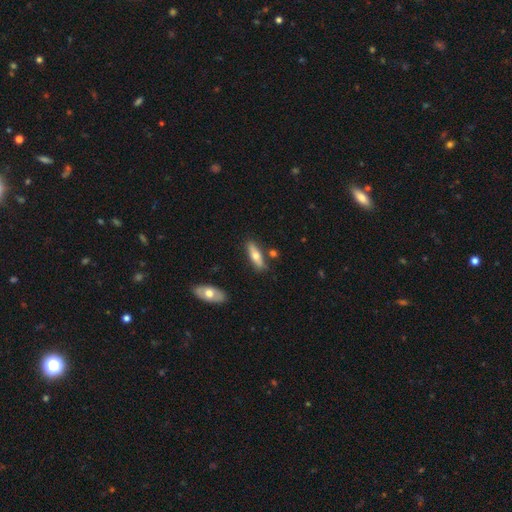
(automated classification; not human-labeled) Smooth or featured: smooth — 57% (featured or disk — 37%)
How rounded: cigar-shaped — 53% (in between — 45%)
Merging: none — 80% (minor disturbance — 12%)